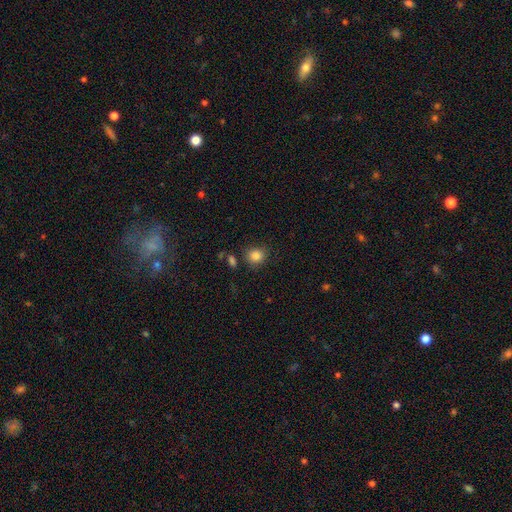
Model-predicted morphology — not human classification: smooth-or-featured: smooth: 85% | star or artifact: 11% | featured or disk: 4%
  how-rounded: round: 82% | in between: 17% | cigar-shaped: 1%
  merging: none: 81% | minor disturbance: 11% | merger: 4% | major disturbance: 4%